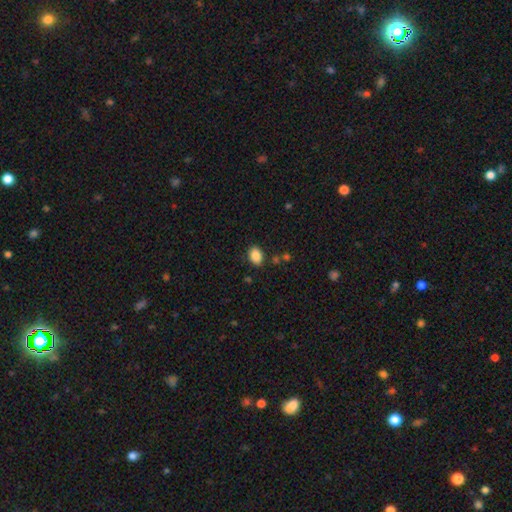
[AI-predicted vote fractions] smooth-or-featured: smooth: 87% | star or artifact: 9% | featured or disk: 4%
  how-rounded: in between: 77% | round: 22% | cigar-shaped: 1%
  merging: none: 84% | minor disturbance: 10% | major disturbance: 3% | merger: 3%